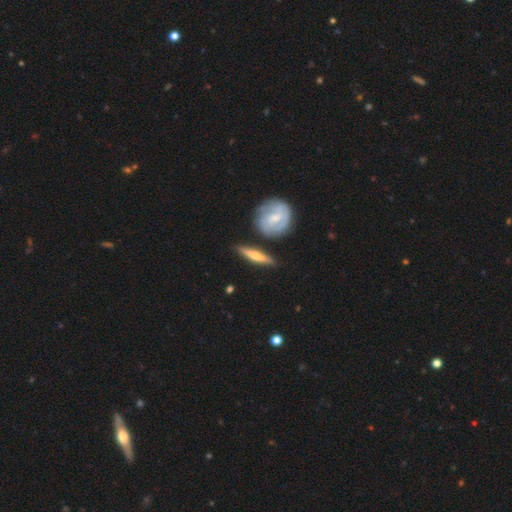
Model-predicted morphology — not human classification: The model was most divided on "smooth or featured": featured or disk: 60%, smooth: 35%, star or artifact: 5%. More confident: edge-on disk — yes (87%); merging — none (82%); edge-on bulge — rounded (79%).